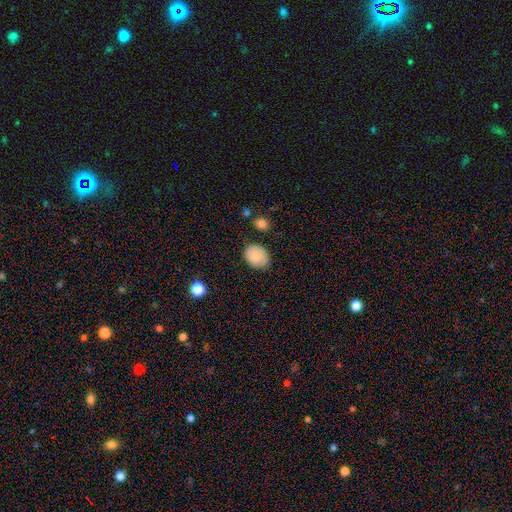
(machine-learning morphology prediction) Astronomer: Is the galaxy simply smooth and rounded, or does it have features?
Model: smooth — 83%.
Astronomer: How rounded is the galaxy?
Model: in between — 57% (runner-up: round, 42%).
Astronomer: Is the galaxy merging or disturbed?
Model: none — 80%.